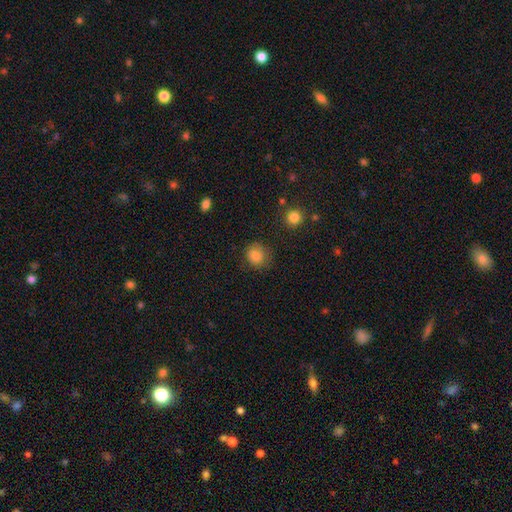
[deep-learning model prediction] Smooth or featured? Predicted: smooth (p=0.83). How rounded? Predicted: round (p=0.83). Merging? Predicted: none (p=0.79).